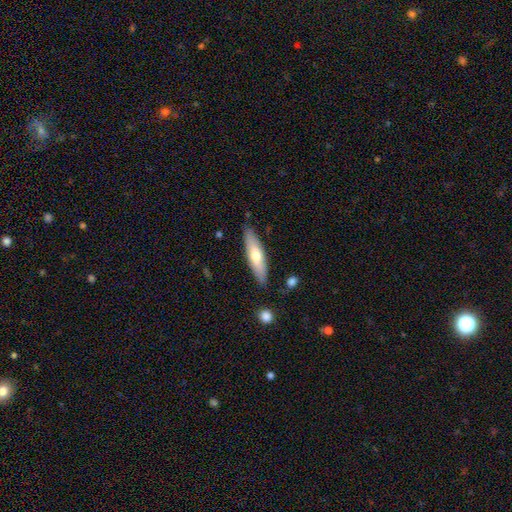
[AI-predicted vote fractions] Q: Smooth or featured?
A: smooth (59%); runner-up: featured or disk (36%)
Q: How rounded?
A: cigar-shaped (62%); runner-up: in between (36%)
Q: Merging?
A: none (85%); runner-up: minor disturbance (11%)